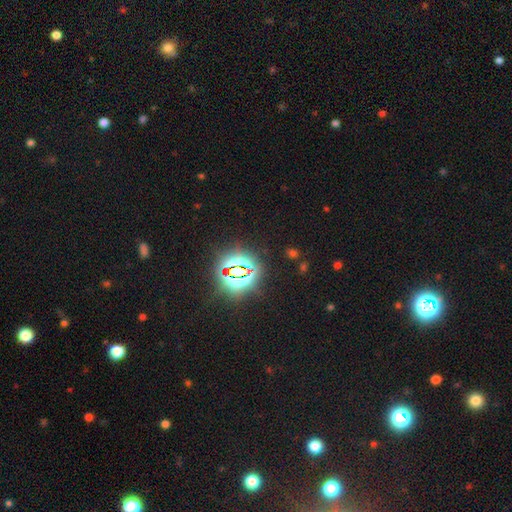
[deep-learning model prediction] A star or artifact, not a galaxy (81%).

Vote fractions:
- Smooth or featured? star or artifact: 81% / smooth: 12% / featured or disk: 7%